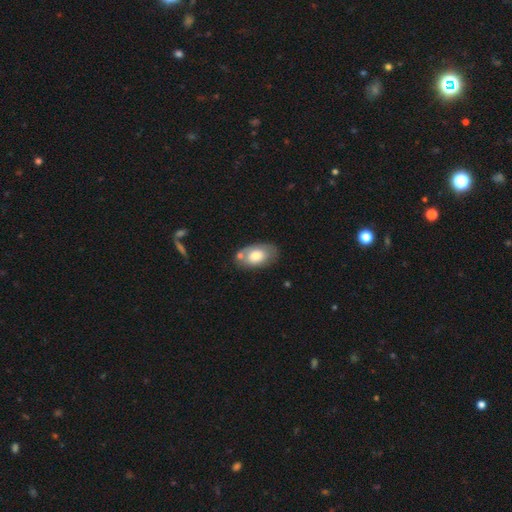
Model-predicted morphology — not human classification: smooth-or-featured: smooth: 69% | featured or disk: 25% | star or artifact: 7%
  how-rounded: in between: 91% | round: 7% | cigar-shaped: 1%
  merging: none: 59% | minor disturbance: 21% | merger: 14% | major disturbance: 6%